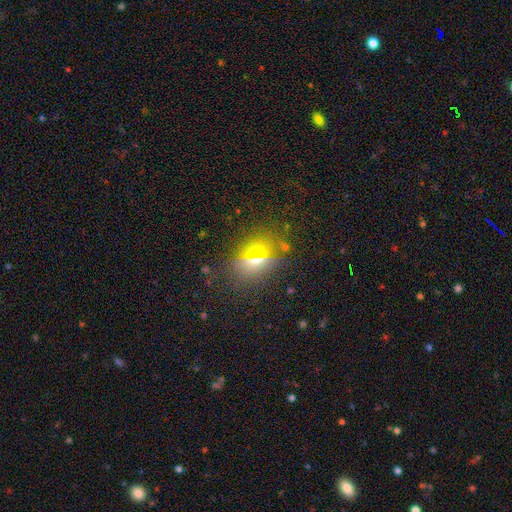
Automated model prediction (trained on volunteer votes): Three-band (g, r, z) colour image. It shows a smooth galaxy with no disk features (55%) that is round (48%). Merging: none (80%).